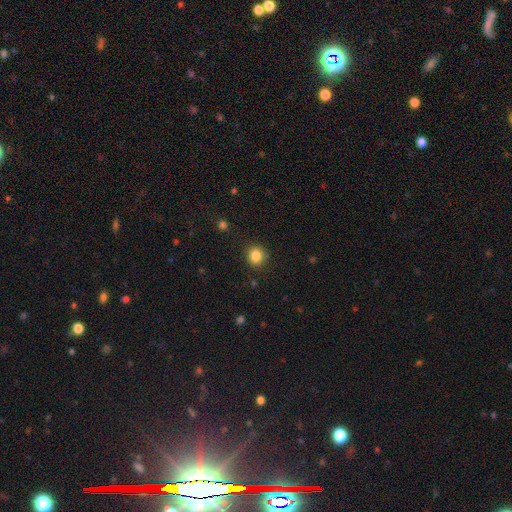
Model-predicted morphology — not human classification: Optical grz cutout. It shows a smooth galaxy with no disk features (84%) that is round (79%). Merging: none (85%).